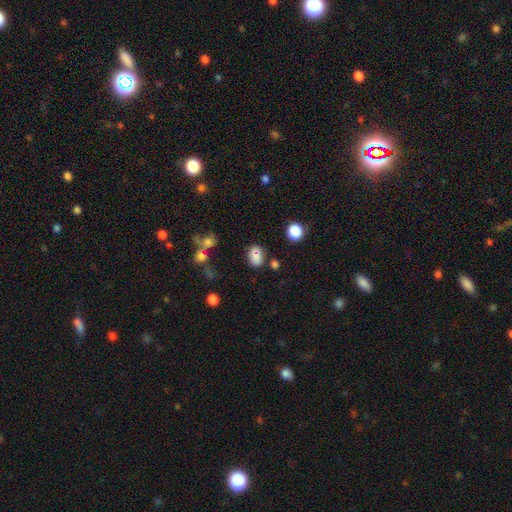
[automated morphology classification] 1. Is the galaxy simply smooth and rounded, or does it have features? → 75% smooth, 13% featured or disk, 12% star or artifact.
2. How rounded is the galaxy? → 76% in between, 22% round, 1% cigar-shaped.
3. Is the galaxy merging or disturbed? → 70% none, 17% minor disturbance, 8% merger, 5% major disturbance.